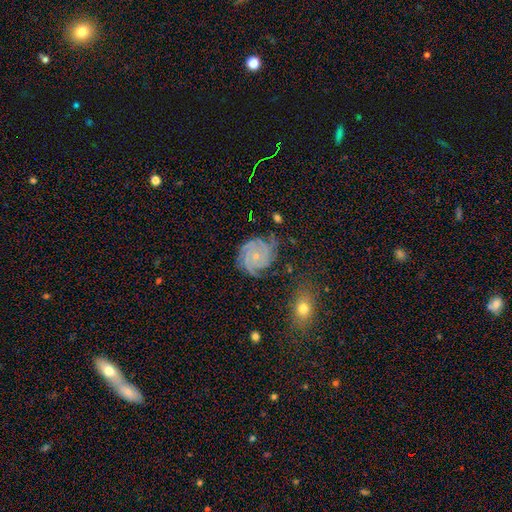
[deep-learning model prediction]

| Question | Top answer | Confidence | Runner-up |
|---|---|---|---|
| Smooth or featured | featured or disk | 86% | smooth (8%) |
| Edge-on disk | no | 98% | yes (2%) |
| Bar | no | 78% | weak (18%) |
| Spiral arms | yes | 98% | no (2%) |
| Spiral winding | tight | 75% | medium (22%) |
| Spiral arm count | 3 | 37% | 4 (22%) |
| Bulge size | small | 77% | moderate (17%) |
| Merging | none | 74% | minor disturbance (18%) |